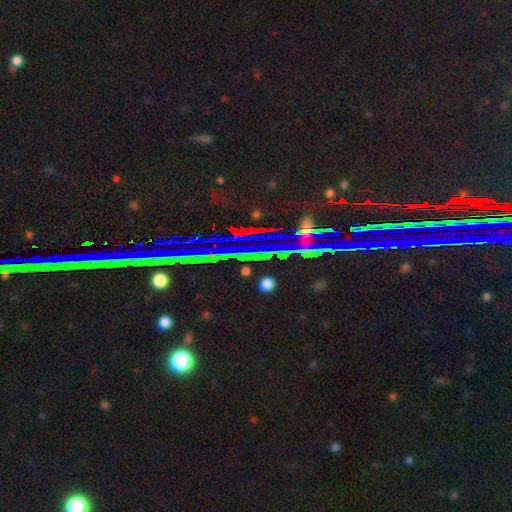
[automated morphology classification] Q: Smooth or featured?
A: star or artifact (73%); runner-up: smooth (17%)